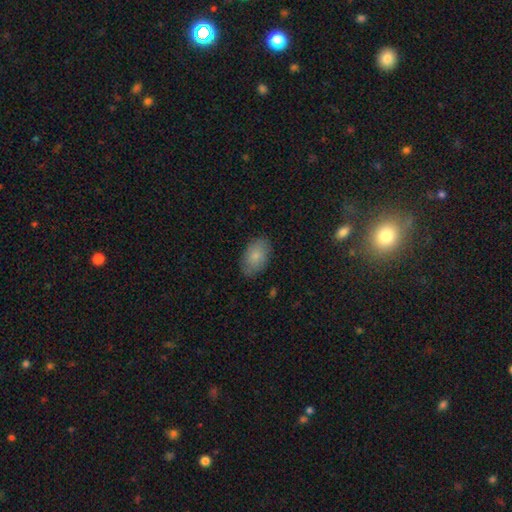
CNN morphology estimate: type=smooth (83%); roundness=in between (92%); merging=none (84%).